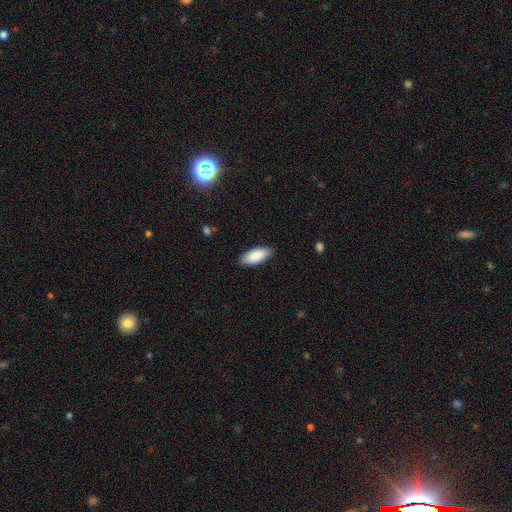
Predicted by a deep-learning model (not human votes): A smooth galaxy with no disk features (89%) that is in between round and cigar-shaped (86%). Merging: none (88%).